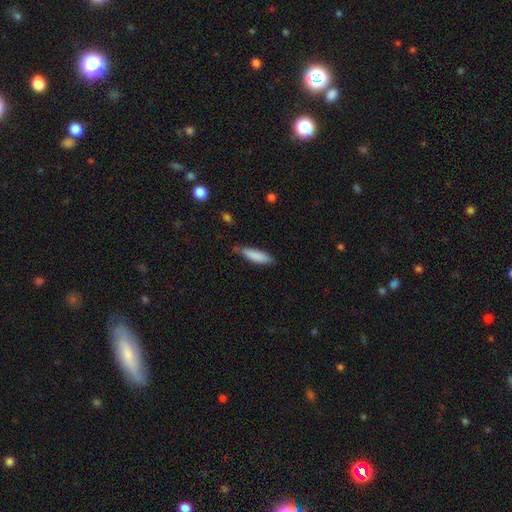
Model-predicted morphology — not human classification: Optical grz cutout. It shows a smooth galaxy with no disk features (85%) that is cigar-shaped (61%). Merging: none (71%).